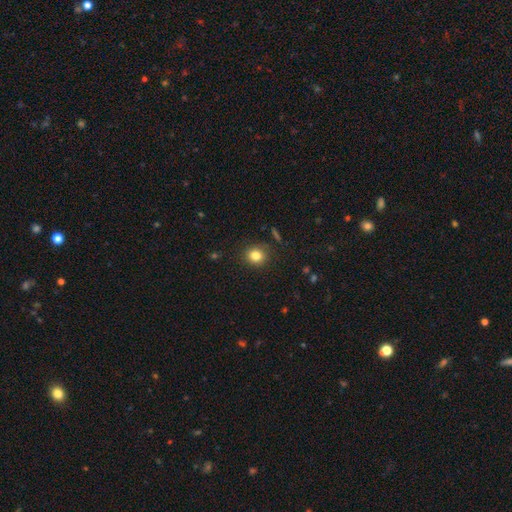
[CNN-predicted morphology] smooth 82%, star or artifact 12%, featured or disk 6%. Down the decision tree: how rounded — round (83%); merging — none (89%).